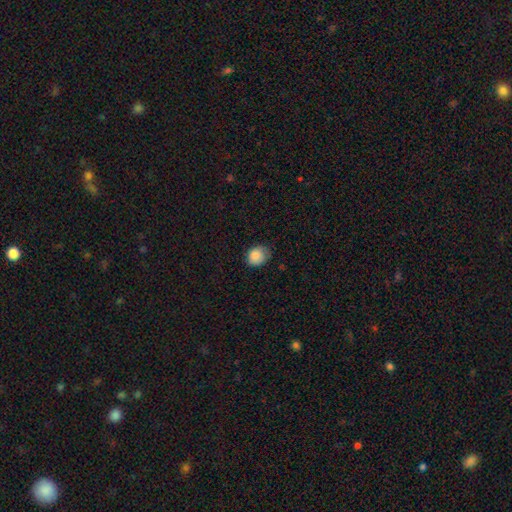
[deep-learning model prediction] smooth-or-featured: smooth: 86% | star or artifact: 9% | featured or disk: 5%
  how-rounded: round: 67% | in between: 33% | cigar-shaped: 1%
  merging: none: 65% | minor disturbance: 28% | major disturbance: 5% | merger: 1%